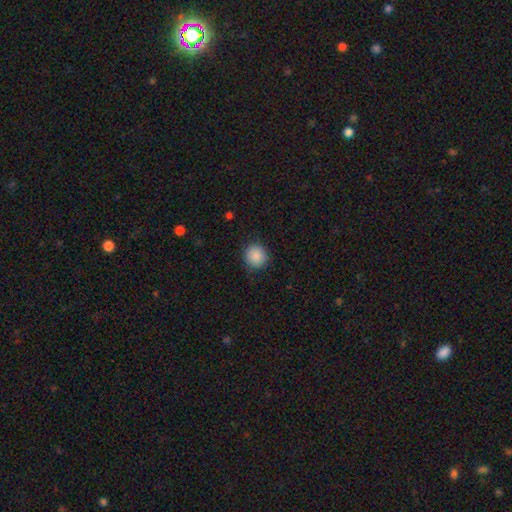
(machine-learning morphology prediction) smooth 87%, star or artifact 9%, featured or disk 4%. Down the decision tree: how rounded — round (90%); merging — none (86%).